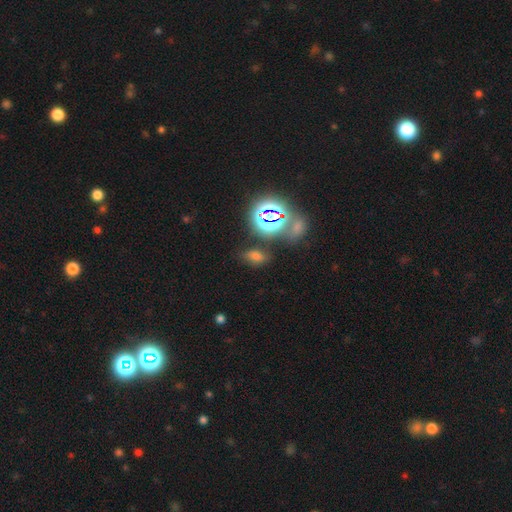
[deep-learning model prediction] smooth 54%, star or artifact 36%, featured or disk 10%. Down the decision tree: how rounded — in between (81%); merging — none (69%).